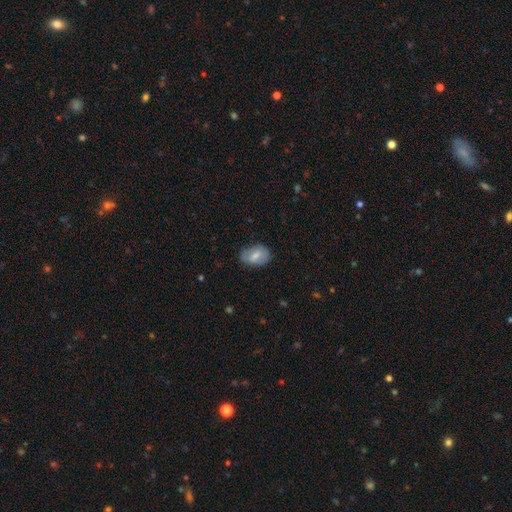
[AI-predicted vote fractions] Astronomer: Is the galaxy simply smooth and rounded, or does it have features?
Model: smooth — 66%.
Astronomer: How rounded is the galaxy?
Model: in between — 87%.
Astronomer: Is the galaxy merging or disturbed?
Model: none — 73%.